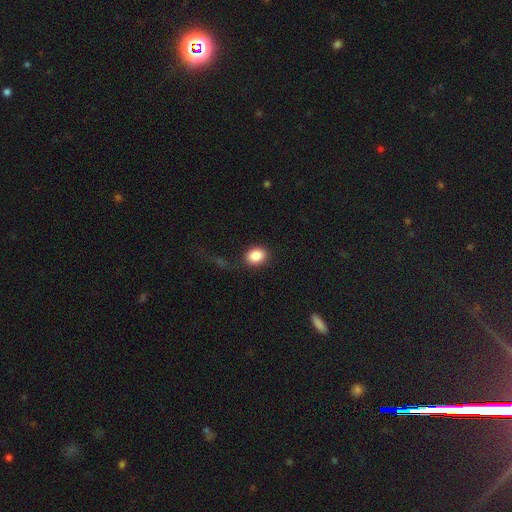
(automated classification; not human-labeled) Smooth or featured: smooth — 87% (star or artifact — 8%)
How rounded: in between — 52% (round — 47%)
Merging: none — 77% (minor disturbance — 13%)